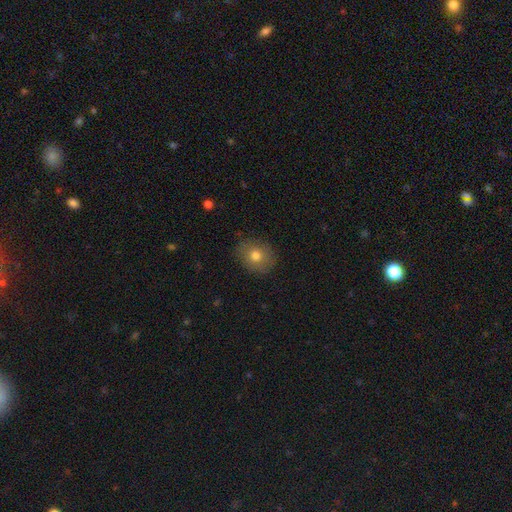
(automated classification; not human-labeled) Smooth or featured?
  - smooth: 75% *
  - featured or disk: 14%
  - star or artifact: 11%
How rounded?
  - round: 66% *
  - in between: 33%
  - cigar-shaped: 1%
Merging?
  - none: 86% *
  - minor disturbance: 10%
  - major disturbance: 3%
  - merger: 1%